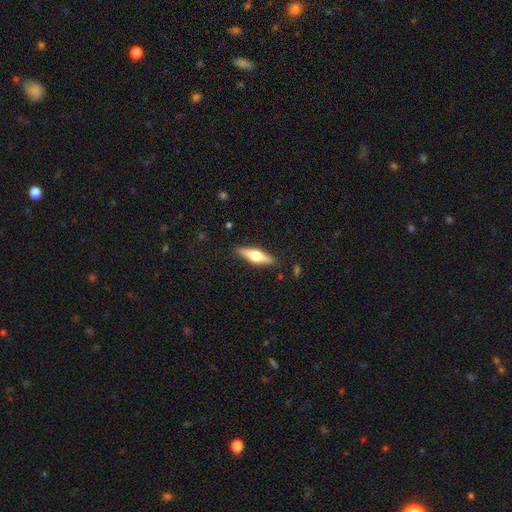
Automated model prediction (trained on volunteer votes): Smooth or featured?
  - featured or disk: 55% *
  - smooth: 40%
  - star or artifact: 6%
Edge-on disk?
  - yes: 94% *
  - no: 6%
Edge-on bulge?
  - rounded: 94% *
  - boxy: 4%
  - none: 2%
Merging?
  - none: 88% *
  - minor disturbance: 9%
  - major disturbance: 2%
  - merger: 1%